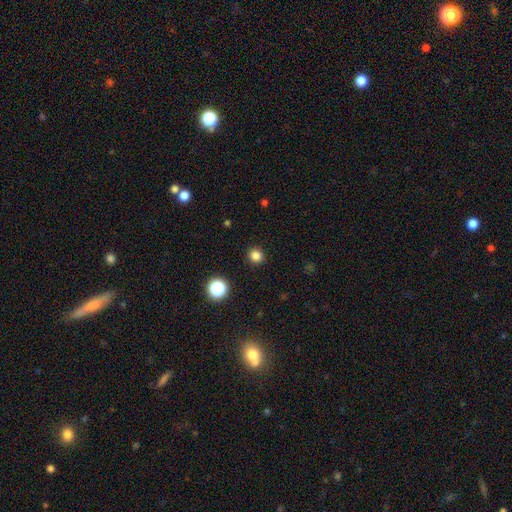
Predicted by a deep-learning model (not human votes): The model was most divided on "smooth or featured": smooth: 83%, star or artifact: 14%, featured or disk: 4%. More confident: merging — none (92%); how rounded — round (91%).